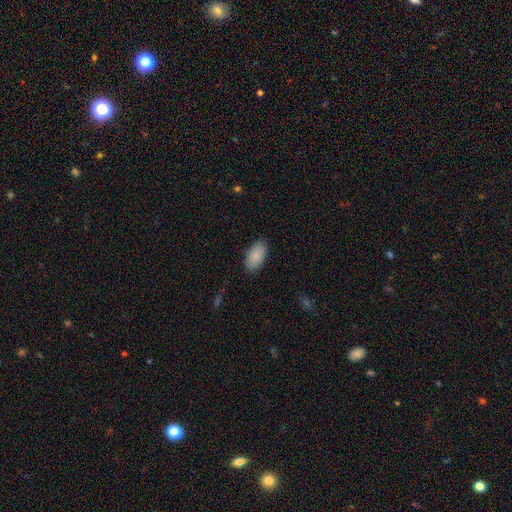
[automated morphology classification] smooth_or_featured: smooth (p=0.88) [alt: star or artifact p=0.06]
how_rounded: in between (p=0.95) [alt: round p=0.03]
merging: none (p=0.88) [alt: minor disturbance p=0.09]